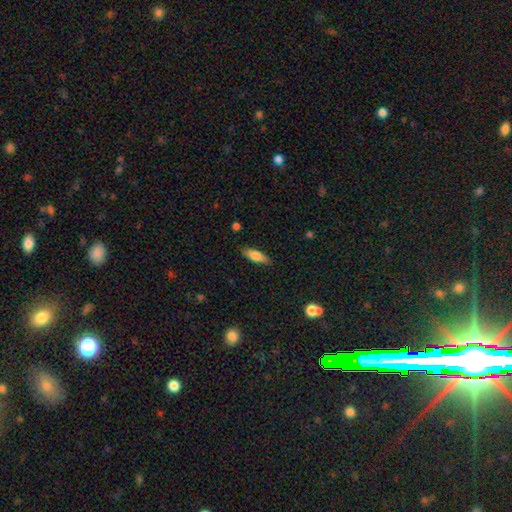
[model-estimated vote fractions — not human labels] Q: Smooth or featured?
A: smooth (78%); runner-up: featured or disk (15%)
Q: How rounded?
A: in between (54%); runner-up: cigar-shaped (43%)
Q: Merging?
A: none (86%); runner-up: minor disturbance (10%)